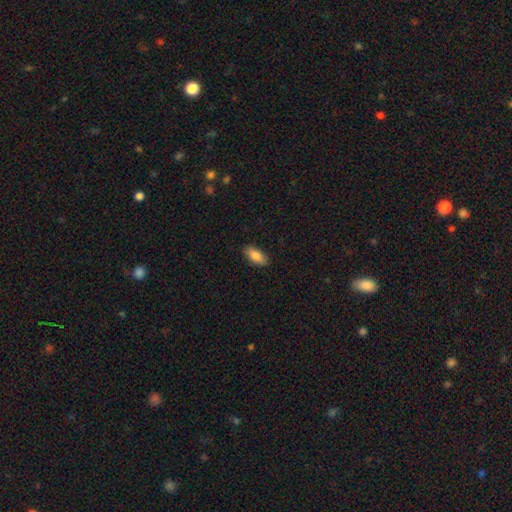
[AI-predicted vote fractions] This appears to be a smooth galaxy with no disk features (86%) that is in between round and cigar-shaped (87%). Merging: none (87%).